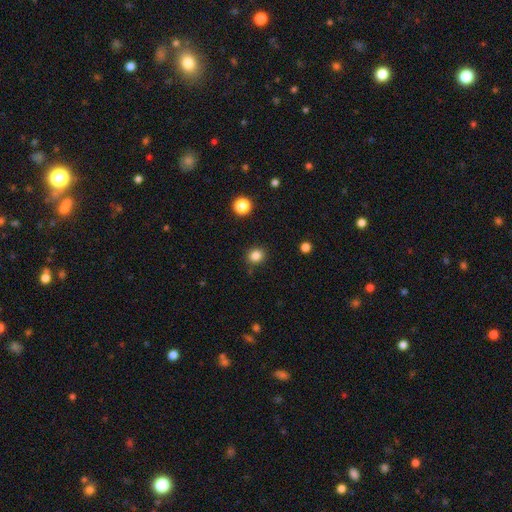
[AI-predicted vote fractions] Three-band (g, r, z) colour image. It shows a smooth galaxy with no disk features (84%) that is round (79%). Merging: none (87%).